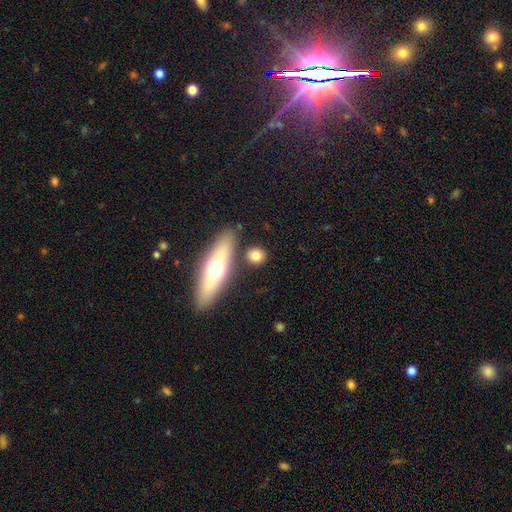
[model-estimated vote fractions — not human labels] smooth 74%, featured or disk 17%, star or artifact 9%. Down the decision tree: how rounded — round (63%); merging — none (80%).